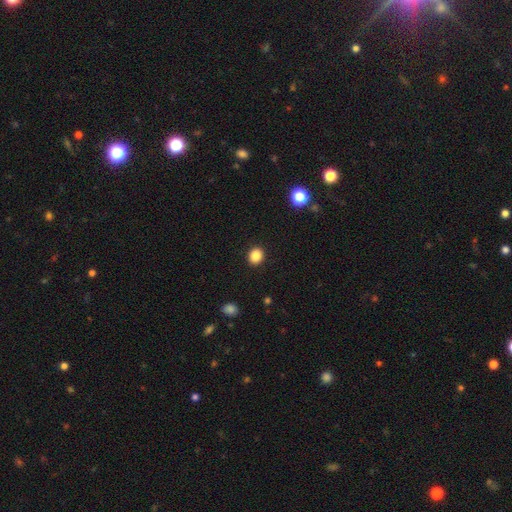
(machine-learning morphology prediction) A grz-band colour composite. It shows a smooth galaxy with no disk features (86%) that is round (76%). Merging: none (92%).